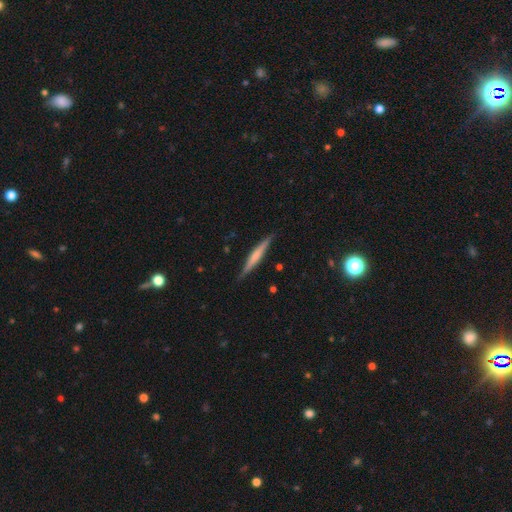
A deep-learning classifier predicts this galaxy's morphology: Q: Smooth or featured?
A: featured or disk (51%); runner-up: smooth (43%)
Q: Edge-on disk?
A: yes (97%); runner-up: no (3%)
Q: Merging?
A: none (87%); runner-up: minor disturbance (10%)